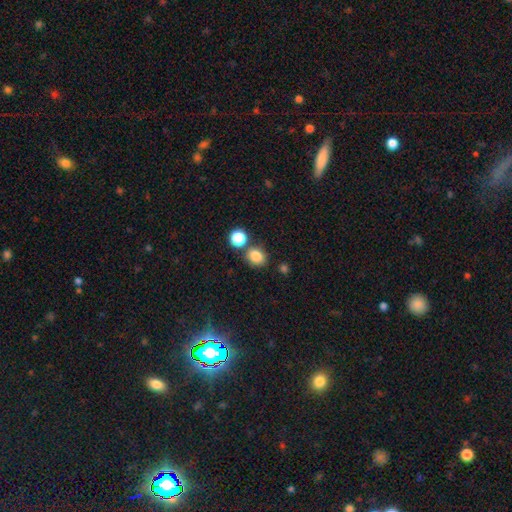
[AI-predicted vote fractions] Smooth or featured?
  - smooth: 82% *
  - star or artifact: 12%
  - featured or disk: 5%
How rounded?
  - round: 56% *
  - in between: 43%
  - cigar-shaped: 1%
Merging?
  - none: 69% *
  - merger: 15%
  - minor disturbance: 12%
  - major disturbance: 4%